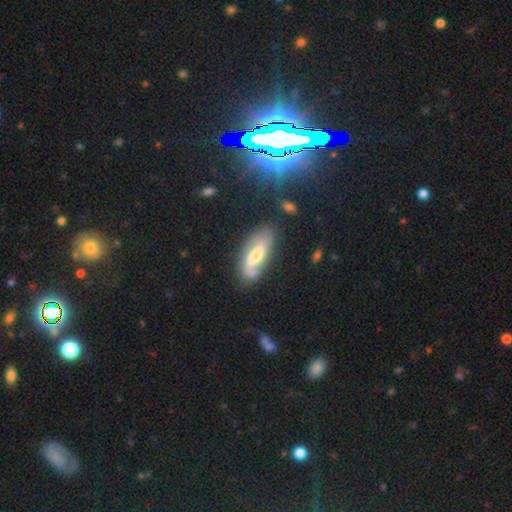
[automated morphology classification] A featured or disk galaxy (75%) with a weak bar (46%), 2 (77%) medium (43%) spiral arms (92%) and a moderate central bulge (46%). Merging: none (67%).